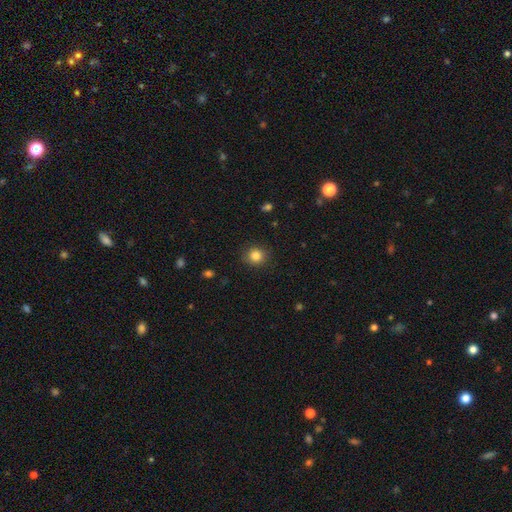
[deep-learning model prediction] A smooth galaxy with no disk features (84%) that is round (88%).

Vote fractions:
- Smooth or featured? smooth: 84% / star or artifact: 11% / featured or disk: 5%
- How rounded? round: 88% / in between: 11% / cigar-shaped: 1%
- Merging? none: 88% / minor disturbance: 8% / major disturbance: 2% / merger: 1%